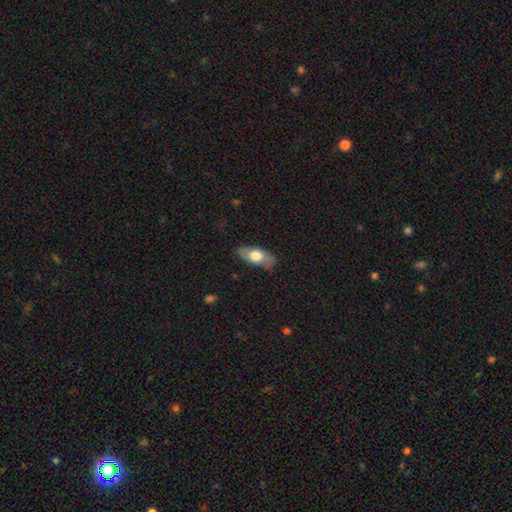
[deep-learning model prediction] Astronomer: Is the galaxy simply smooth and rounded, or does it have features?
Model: smooth — 59% (runner-up: featured or disk, 35%).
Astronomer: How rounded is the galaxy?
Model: in between — 85%.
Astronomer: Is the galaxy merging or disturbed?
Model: none — 80%.